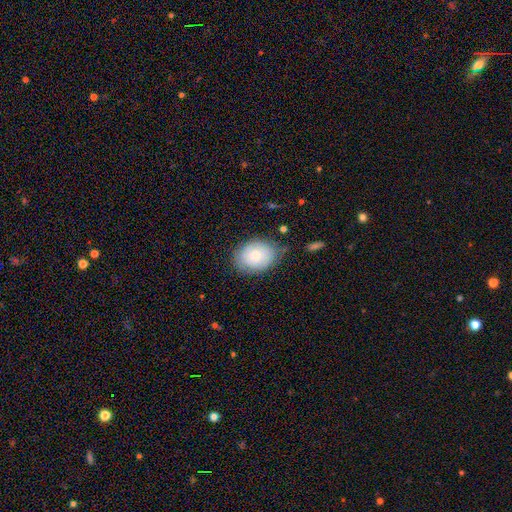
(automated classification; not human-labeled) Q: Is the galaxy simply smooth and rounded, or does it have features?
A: smooth — 82%.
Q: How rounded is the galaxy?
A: in between — 72%.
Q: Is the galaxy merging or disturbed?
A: none — 75%.